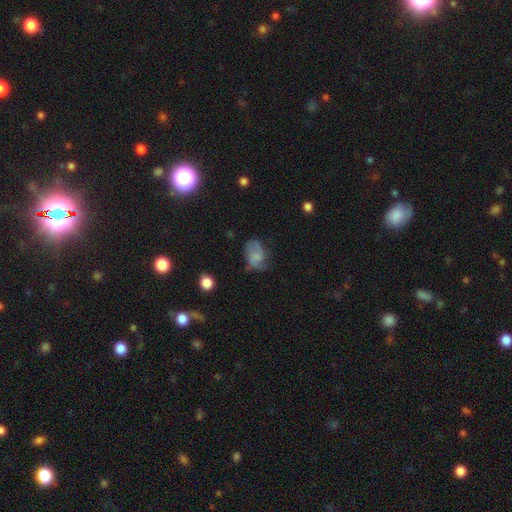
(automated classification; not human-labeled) Morphology: type=smooth (55%); roundness=in between (78%); merging=none (44%).